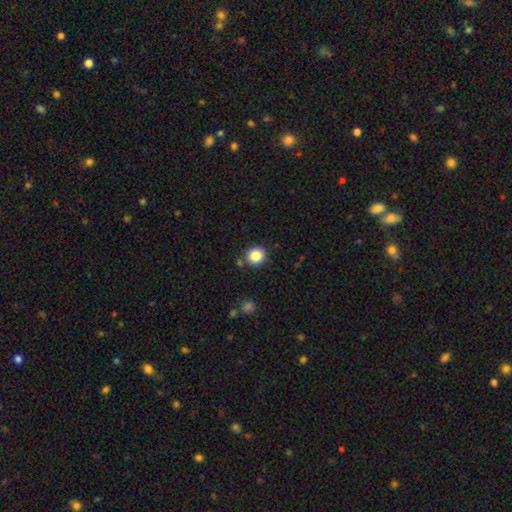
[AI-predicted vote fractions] smooth 84%, star or artifact 10%, featured or disk 5%. Down the decision tree: how rounded — round (92%); merging — none (87%).